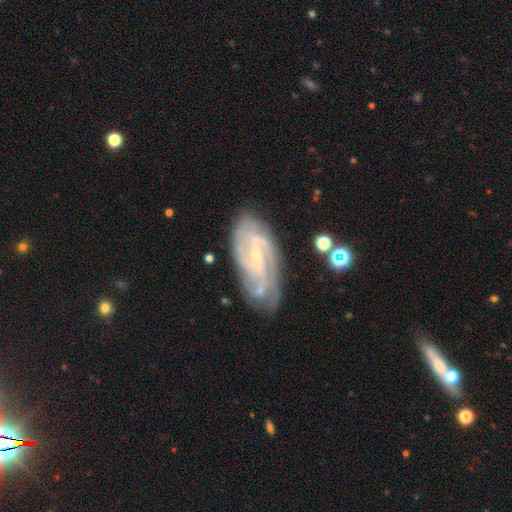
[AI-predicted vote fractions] Smooth or featured: featured or disk — 84% (smooth — 9%)
Edge-on disk: no — 94% (yes — 6%)
Bar: no — 50% (weak — 38%)
Spiral arms: yes — 95% (no — 5%)
Spiral winding: tight — 56% (medium — 35%)
Spiral arm count: can't tell — 29% (3 — 22%)
Bulge size: small — 80% (moderate — 13%)
Merging: none — 71% (minor disturbance — 19%)